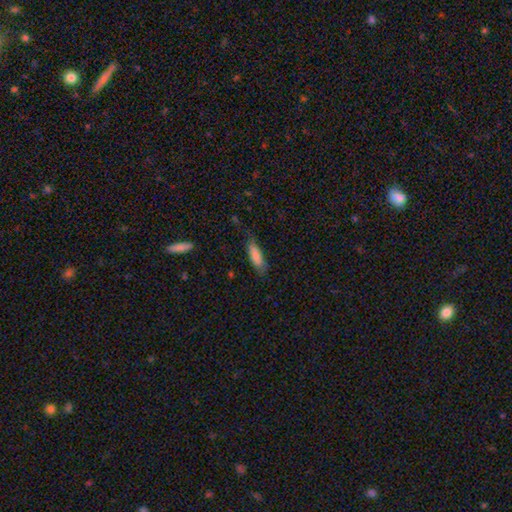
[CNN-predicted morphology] Smooth or featured?
  - smooth: 84% *
  - featured or disk: 10%
  - star or artifact: 6%
How rounded?
  - cigar-shaped: 52% *
  - in between: 47%
  - round: 2%
Merging?
  - none: 71% *
  - minor disturbance: 22%
  - major disturbance: 5%
  - merger: 2%